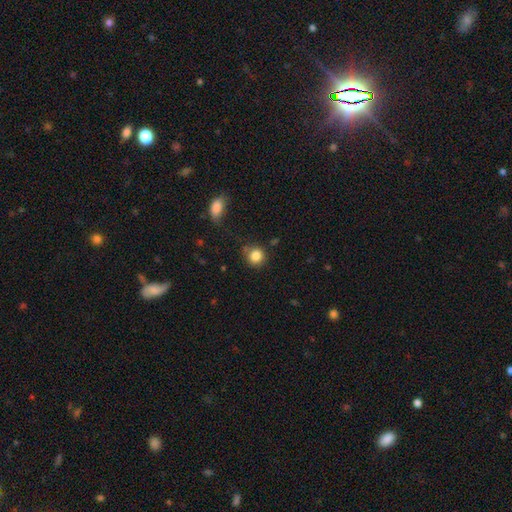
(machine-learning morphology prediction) smooth 84%, star or artifact 10%, featured or disk 5%. Down the decision tree: how rounded — round (88%); merging — none (76%).